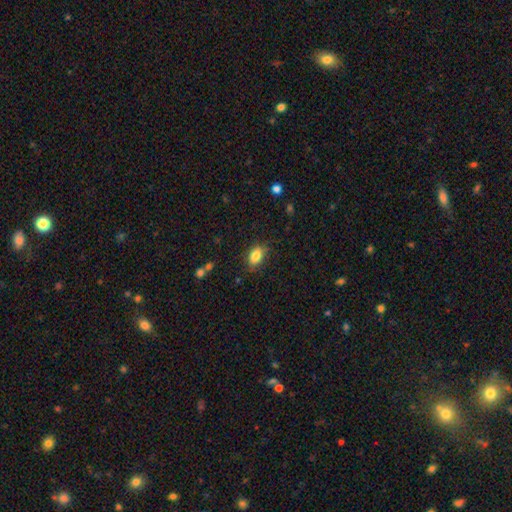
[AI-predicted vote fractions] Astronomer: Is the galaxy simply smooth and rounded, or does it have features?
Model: smooth — 84%.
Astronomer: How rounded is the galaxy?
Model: in between — 85%.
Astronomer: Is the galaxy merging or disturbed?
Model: none — 77%.